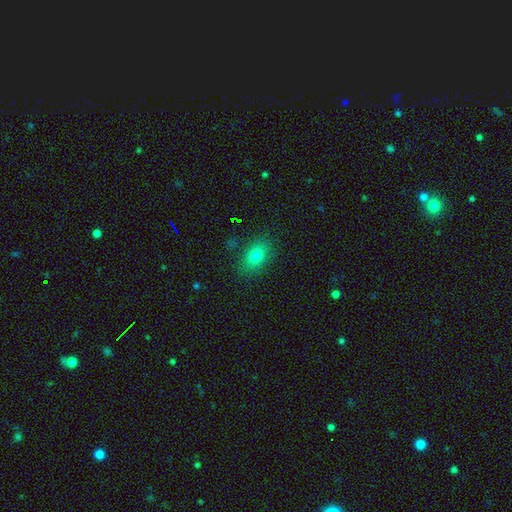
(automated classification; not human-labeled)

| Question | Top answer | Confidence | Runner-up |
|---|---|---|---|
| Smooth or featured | smooth | 78% | featured or disk (12%) |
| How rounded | in between | 82% | round (15%) |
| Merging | none | 83% | minor disturbance (12%) |